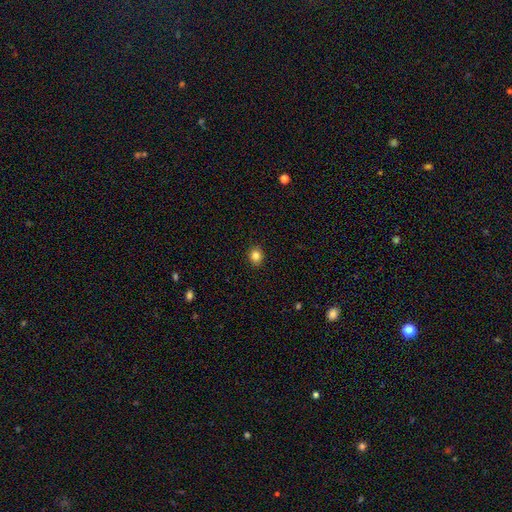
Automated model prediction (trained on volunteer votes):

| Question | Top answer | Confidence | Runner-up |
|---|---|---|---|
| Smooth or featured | smooth | 83% | star or artifact (11%) |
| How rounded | round | 72% | in between (28%) |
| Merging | none | 91% | minor disturbance (6%) |